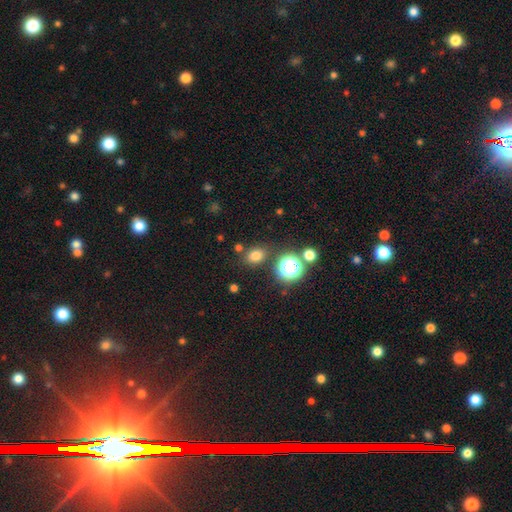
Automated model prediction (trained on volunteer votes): smooth_or_featured: smooth (p=0.73) [alt: star or artifact p=0.20]
how_rounded: in between (p=0.51) [alt: round p=0.48]
merging: none (p=0.79) [alt: minor disturbance p=0.11]